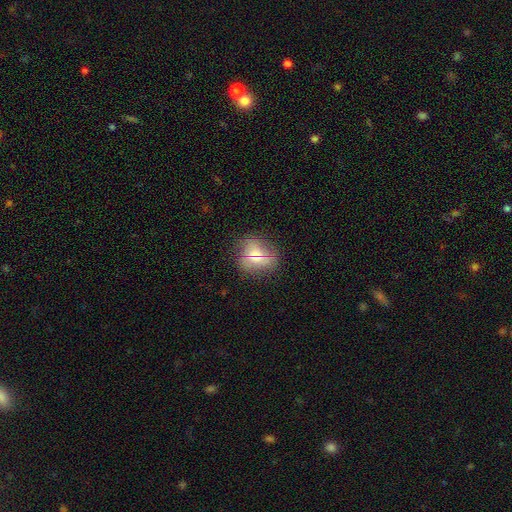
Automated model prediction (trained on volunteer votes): A smooth galaxy with no disk features (58%) that is round (54%). Merging: none (54%).